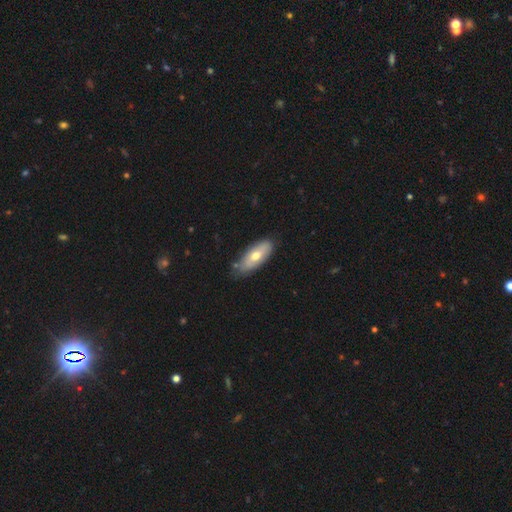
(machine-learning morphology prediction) smooth_or_featured: smooth (p=0.59) [alt: featured or disk p=0.35]
how_rounded: in between (p=0.82) [alt: cigar-shaped p=0.16]
merging: none (p=0.75) [alt: minor disturbance p=0.19]